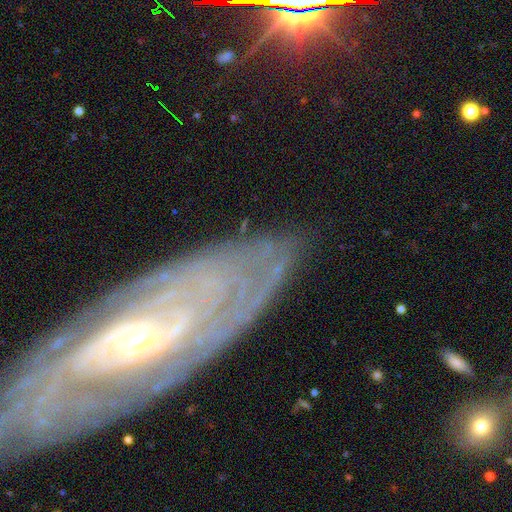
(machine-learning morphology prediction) Smooth or featured?
  - featured or disk: 74% *
  - smooth: 14%
  - star or artifact: 12%
Edge-on disk?
  - no: 84% *
  - yes: 16%
Bar?
  - no: 55% *
  - weak: 28%
  - strong: 17%
Spiral arms?
  - yes: 84% *
  - no: 16%
Spiral winding?
  - tight: 77% *
  - medium: 17%
  - loose: 6%
Spiral arm count?
  - can't tell: 47% *
  - 2: 16%
  - 3: 12%
  - 4: 9%
  - more than 4: 9%
  - 1: 8%
Bulge size?
  - small: 46% *
  - moderate: 44%
  - large: 6%
  - none: 3%
  - dominant: 2%
Merging?
  - none: 78% *
  - minor disturbance: 14%
  - major disturbance: 6%
  - merger: 2%